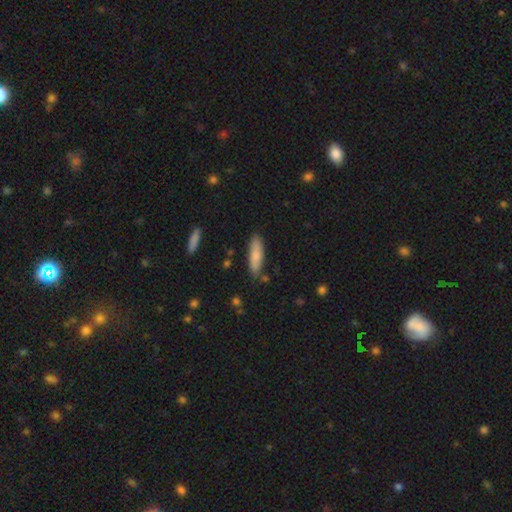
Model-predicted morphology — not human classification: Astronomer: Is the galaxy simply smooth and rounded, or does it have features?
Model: smooth — 80%.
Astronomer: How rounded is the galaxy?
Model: cigar-shaped — 61% (runner-up: in between, 38%).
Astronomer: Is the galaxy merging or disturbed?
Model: none — 82%.